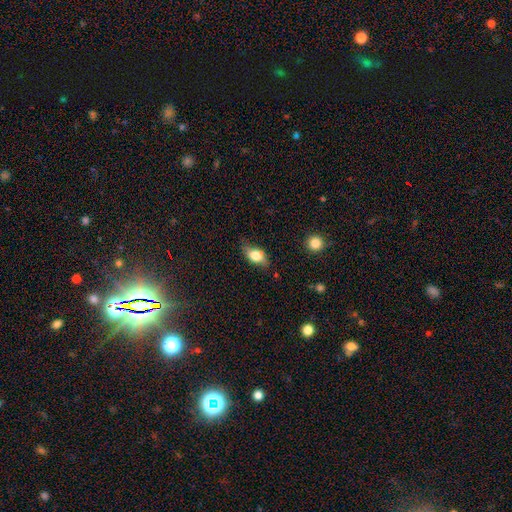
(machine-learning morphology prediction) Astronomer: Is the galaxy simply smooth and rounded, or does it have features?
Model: smooth — 73%.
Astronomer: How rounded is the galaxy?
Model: in between — 83%.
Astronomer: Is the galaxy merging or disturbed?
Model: none — 69%.